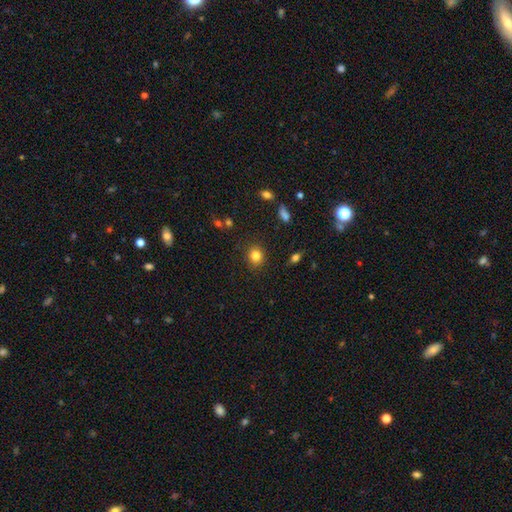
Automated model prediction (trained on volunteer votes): Smooth or featured? smooth (83%)
How rounded? round (79%)
Merging? none (88%)